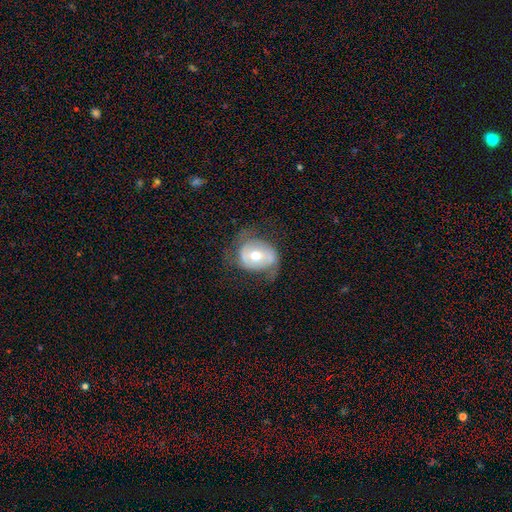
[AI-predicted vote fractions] This is likely a featured or disk galaxy (64%). It is clearly not viewed edge-on (96%). Bar: possibly no (55%). Spiral arm pattern: likely yes (70%). Central bulge: likely moderate (73%). Merging: possibly none (55%).